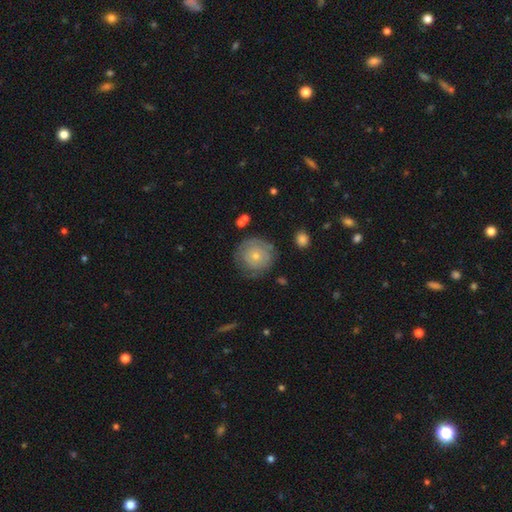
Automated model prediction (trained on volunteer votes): smooth-or-featured: featured or disk: 50% | smooth: 43% | star or artifact: 7%
  disk-edge-on: no: 97% | yes: 3%
  merging: none: 69% | minor disturbance: 20% | major disturbance: 9% | merger: 2%